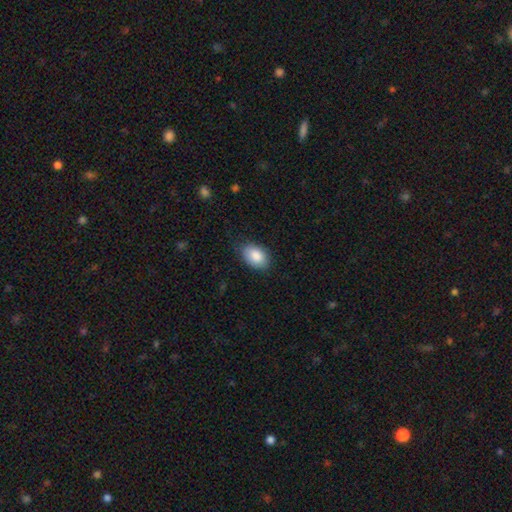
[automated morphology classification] Overall: smooth (88%). How rounded: in between (88%). Merging: none (82%).